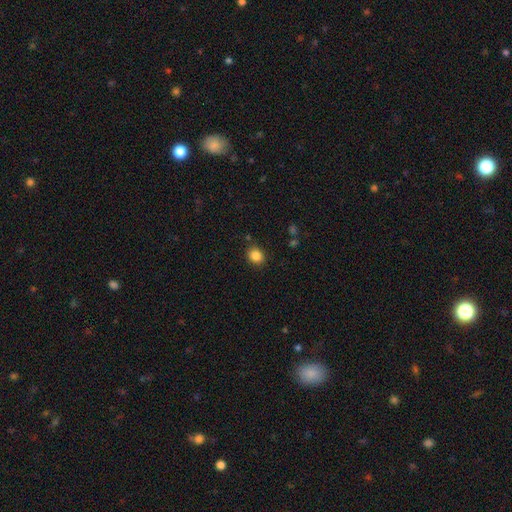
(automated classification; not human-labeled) Smooth or featured?
  - smooth: 85% *
  - star or artifact: 10%
  - featured or disk: 5%
How rounded?
  - round: 66% *
  - in between: 33%
  - cigar-shaped: 1%
Merging?
  - none: 86% *
  - minor disturbance: 9%
  - major disturbance: 3%
  - merger: 2%